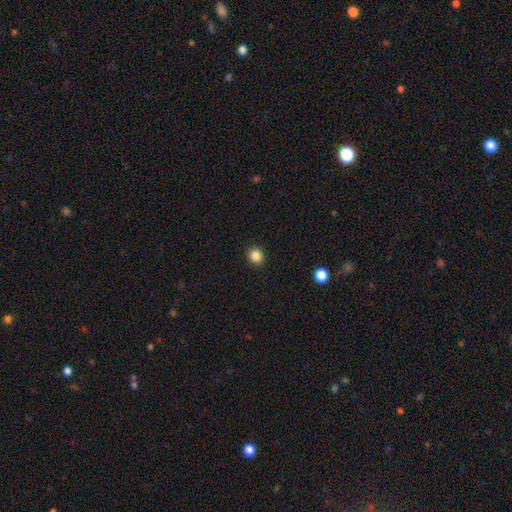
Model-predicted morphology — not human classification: smooth_or_featured: smooth (p=0.86) [alt: star or artifact p=0.11]
how_rounded: round (p=0.87) [alt: in between p=0.13]
merging: none (p=0.92) [alt: minor disturbance p=0.05]